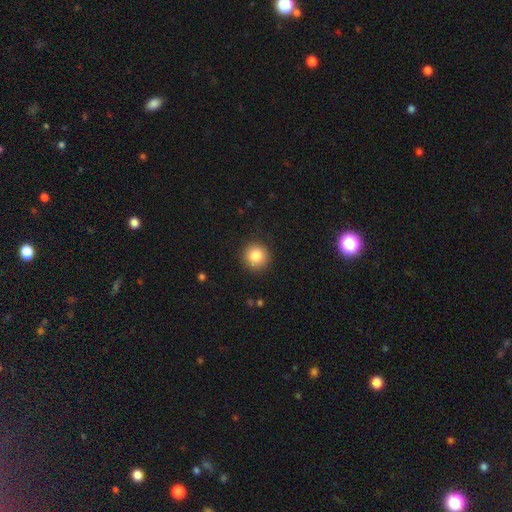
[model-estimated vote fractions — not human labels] This appears to be a smooth galaxy with no disk features (85%) that is round (94%). Merging: none (91%).